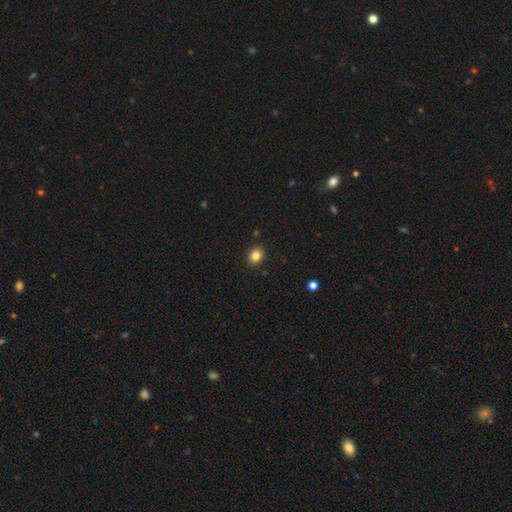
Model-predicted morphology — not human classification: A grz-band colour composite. It shows a smooth galaxy with no disk features (83%) that is round (58%). Merging: none (89%).